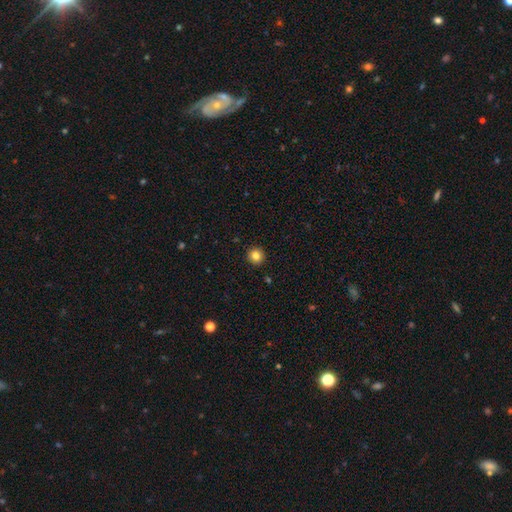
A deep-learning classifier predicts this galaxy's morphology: The model was most divided on "smooth or featured": smooth: 83%, star or artifact: 11%, featured or disk: 6%. More confident: how rounded — round (94%); merging — none (93%).